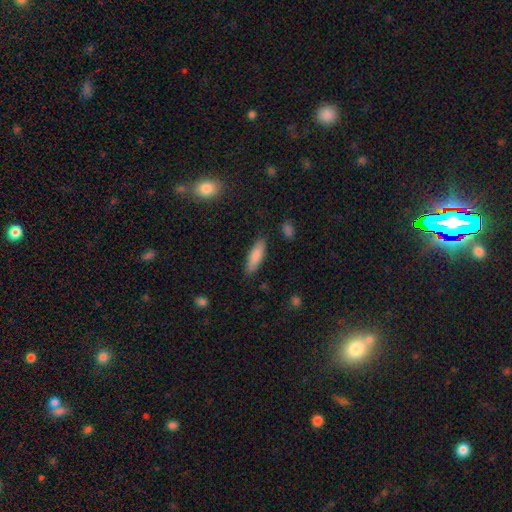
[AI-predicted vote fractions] smooth_or_featured: smooth (p=0.83) [alt: featured or disk p=0.10]
how_rounded: cigar-shaped (p=0.52) [alt: in between p=0.47]
merging: none (p=0.87) [alt: minor disturbance p=0.10]